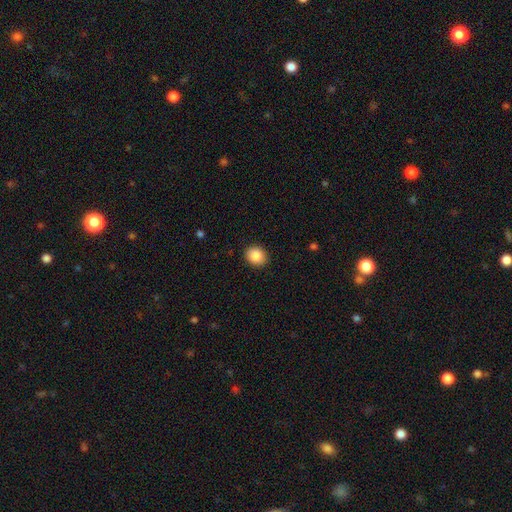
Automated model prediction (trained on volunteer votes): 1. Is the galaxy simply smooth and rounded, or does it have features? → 89% smooth, 8% star or artifact, 3% featured or disk.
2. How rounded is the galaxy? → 74% round, 25% in between, 1% cigar-shaped.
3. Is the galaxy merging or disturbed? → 90% none, 7% minor disturbance, 2% major disturbance, 1% merger.